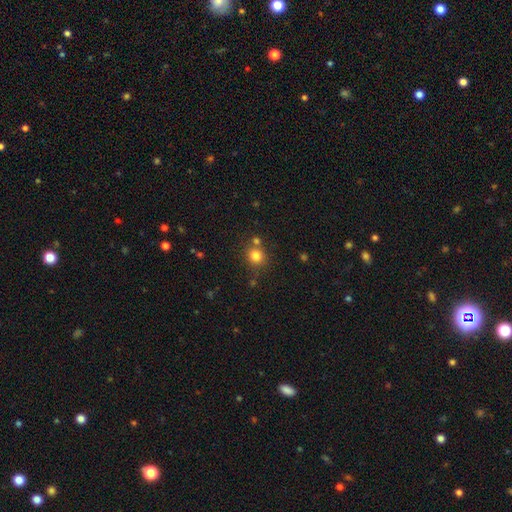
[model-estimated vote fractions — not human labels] A smooth galaxy with no disk features (81%) that is round (84%). Merging: none (72%).